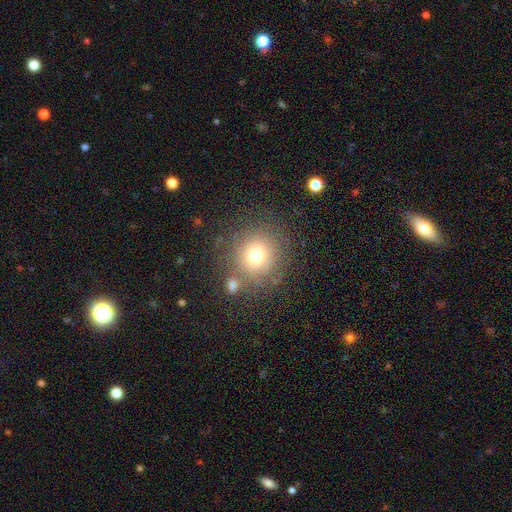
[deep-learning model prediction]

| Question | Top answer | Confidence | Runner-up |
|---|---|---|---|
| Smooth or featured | smooth | 73% | star or artifact (14%) |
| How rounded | round | 90% | in between (9%) |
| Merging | none | 74% | minor disturbance (11%) |